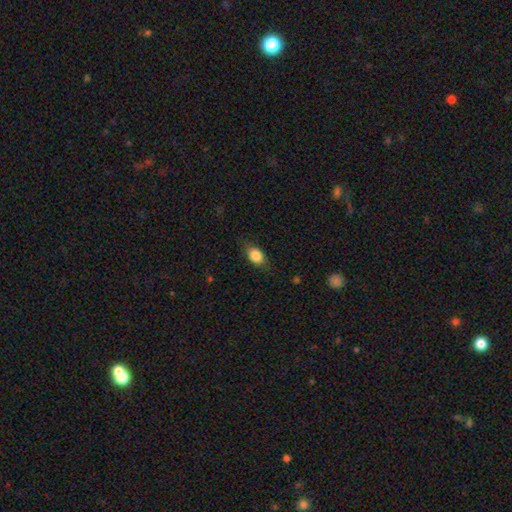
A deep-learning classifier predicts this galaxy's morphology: smooth 82%, featured or disk 9%, star or artifact 8%. Down the decision tree: how rounded — in between (74%); merging — none (76%).